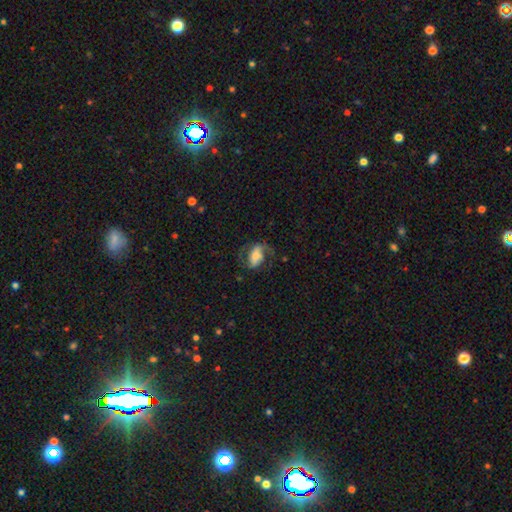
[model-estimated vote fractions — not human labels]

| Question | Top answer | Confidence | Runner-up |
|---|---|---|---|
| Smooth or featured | featured or disk | 65% | smooth (27%) |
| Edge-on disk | no | 95% | yes (5%) |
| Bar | strong | 39% | weak (33%) |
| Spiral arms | yes | 87% | no (13%) |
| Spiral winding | medium | 43% | loose (42%) |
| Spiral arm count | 2 | 81% | 1 (11%) |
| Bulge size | moderate | 42% | small (35%) |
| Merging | none | 60% | major disturbance (20%) |